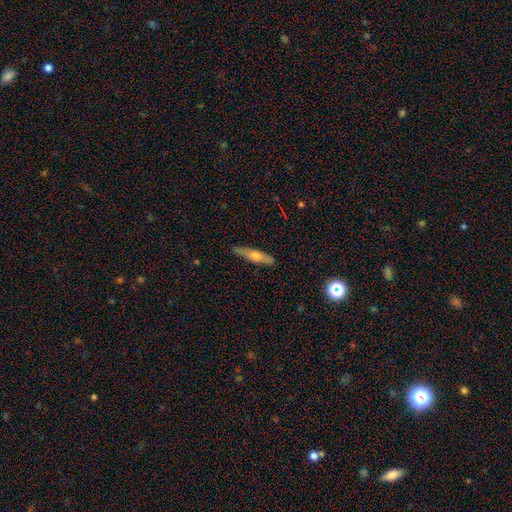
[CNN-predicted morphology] type=featured or disk (49%); merging=none (86%).